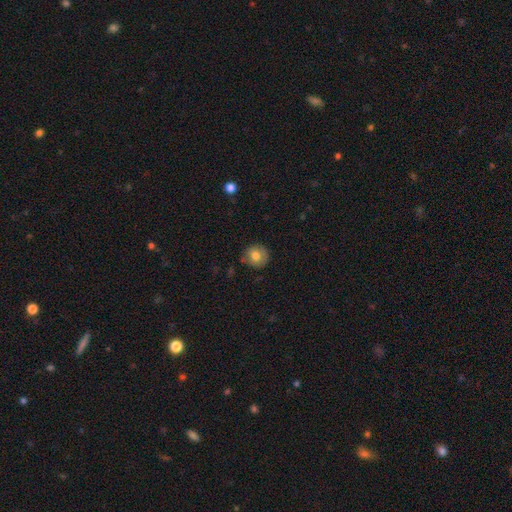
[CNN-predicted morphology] smooth 76%, featured or disk 15%, star or artifact 9%. Down the decision tree: how rounded — round (91%); merging — none (81%).